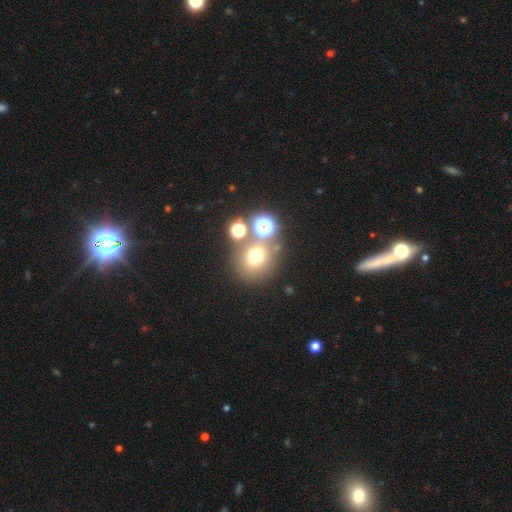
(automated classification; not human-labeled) A smooth galaxy with no disk features (65%) that is round (88%). Merging: none (66%).